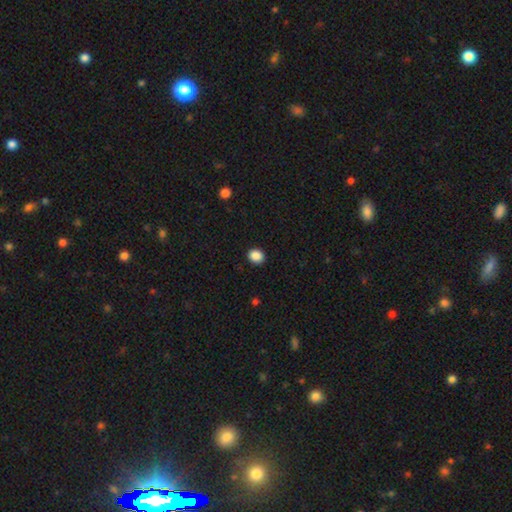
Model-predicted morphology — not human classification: type=smooth (88%); roundness=round (68%); merging=none (91%).